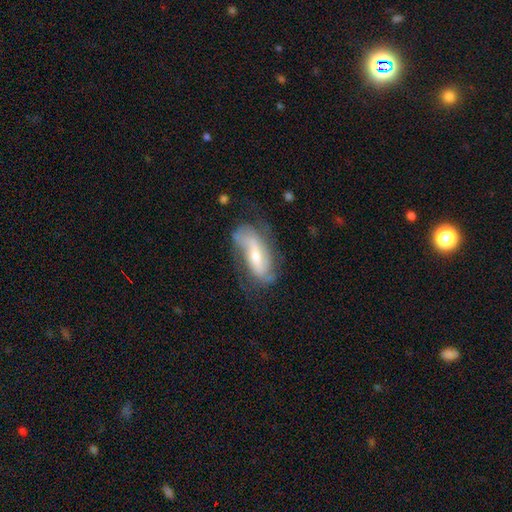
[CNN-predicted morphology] Q: Smooth or featured?
A: featured or disk (69%); runner-up: smooth (24%)
Q: Edge-on disk?
A: no (88%); runner-up: yes (12%)
Q: Bar?
A: weak (40%); runner-up: strong (34%)
Q: Spiral arms?
A: yes (88%); runner-up: no (12%)
Q: Spiral winding?
A: medium (41%); runner-up: loose (34%)
Q: Spiral arm count?
A: 2 (71%); runner-up: can't tell (17%)
Q: Bulge size?
A: moderate (46%); runner-up: small (37%)
Q: Merging?
A: none (58%); runner-up: minor disturbance (24%)